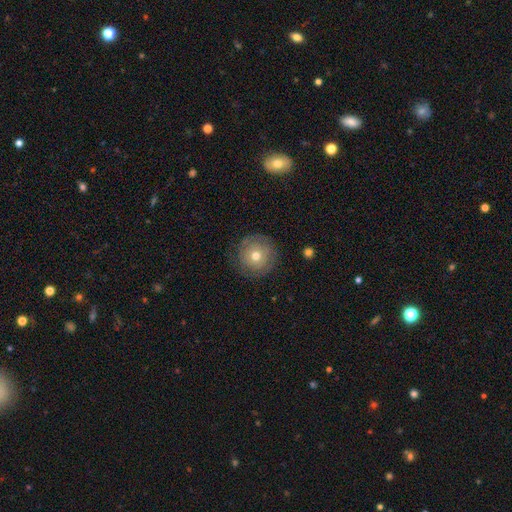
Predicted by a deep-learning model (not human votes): The model was most divided on "smooth or featured": smooth: 58%, featured or disk: 32%, star or artifact: 10%. More confident: how rounded — round (95%); merging — none (82%).